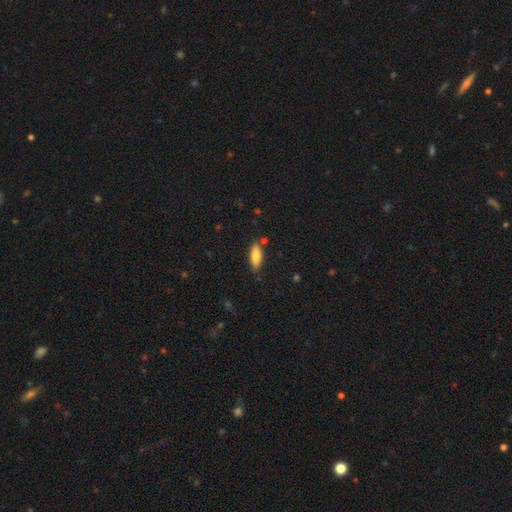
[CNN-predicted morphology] Overall: smooth (82%). How rounded: in between (63%; cigar-shaped 35%). Merging: none (79%).